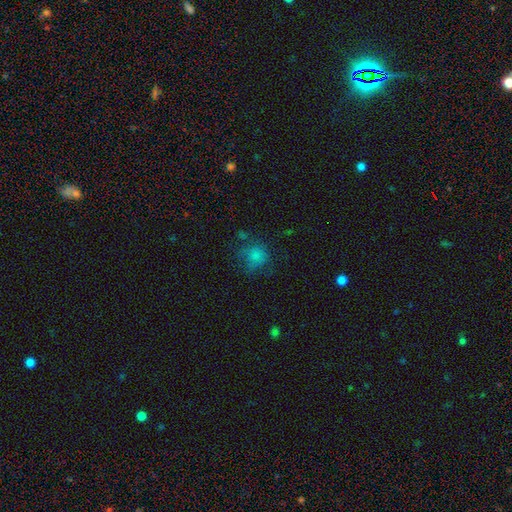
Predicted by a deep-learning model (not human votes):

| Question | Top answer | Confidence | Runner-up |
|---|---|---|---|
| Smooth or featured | smooth | 75% | star or artifact (14%) |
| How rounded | round | 81% | in between (18%) |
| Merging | none | 57% | minor disturbance (24%) |